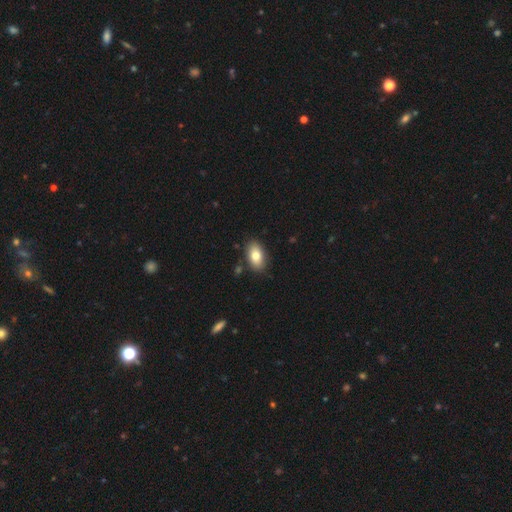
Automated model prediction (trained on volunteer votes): smooth 78%, featured or disk 15%, star or artifact 7%. Down the decision tree: how rounded — in between (92%); merging — none (86%).